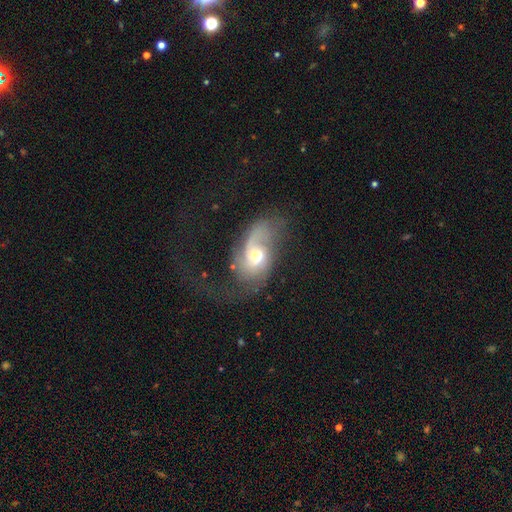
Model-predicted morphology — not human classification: A featured or disk galaxy (74%) with no bar (57%), 2 (55%) loose (49%) spiral arms (90%) and a moderate central bulge (65%). Merging: none (39%).